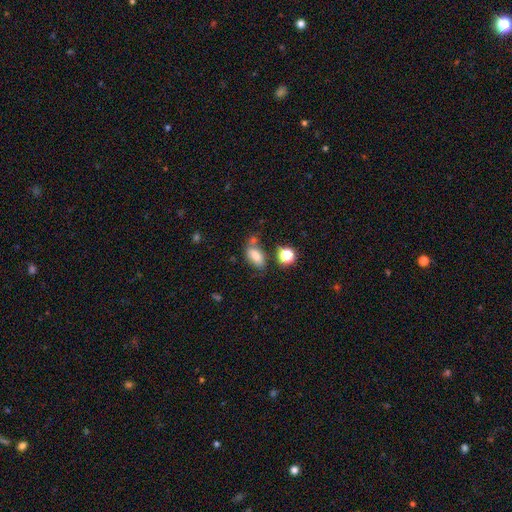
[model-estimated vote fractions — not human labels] Q: Smooth or featured?
A: smooth (78%); runner-up: star or artifact (12%)
Q: How rounded?
A: in between (84%); runner-up: round (8%)
Q: Merging?
A: none (53%); runner-up: minor disturbance (22%)